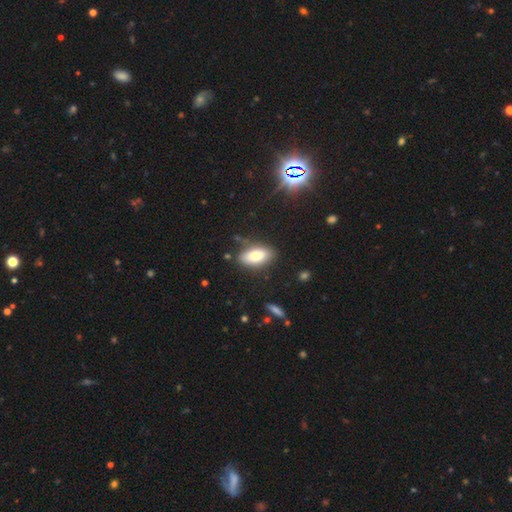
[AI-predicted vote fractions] The model was most divided on "smooth or featured": smooth: 75%, featured or disk: 17%, star or artifact: 8%. More confident: how rounded — in between (89%); merging — none (80%).